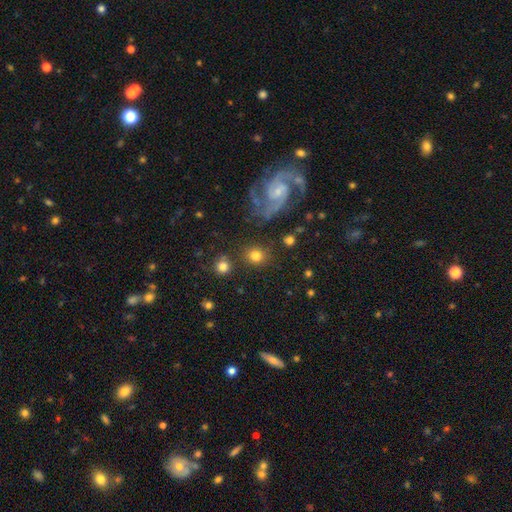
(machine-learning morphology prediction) type=smooth (74%); roundness=round (81%); merging=none (80%).